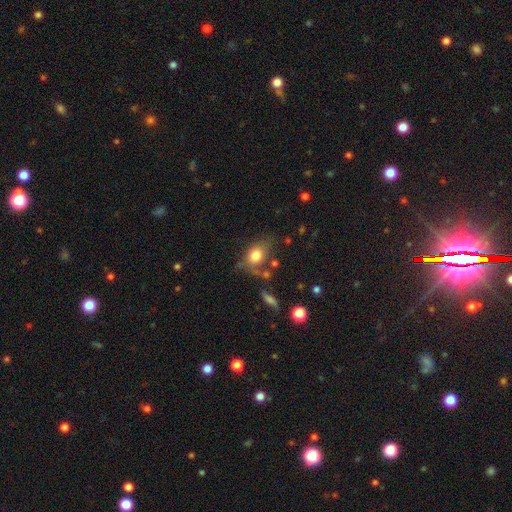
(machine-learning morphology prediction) This appears to be a smooth galaxy with no disk features (78%) that is in between round and cigar-shaped (63%). Merging: none (55%).